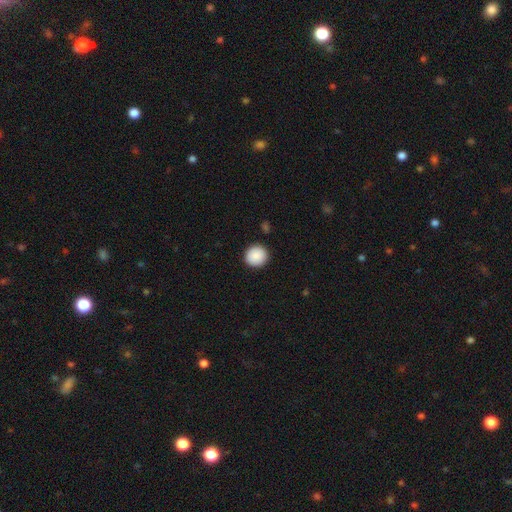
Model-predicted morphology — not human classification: Smooth or featured: smooth — 90% (star or artifact — 8%)
How rounded: round — 92% (in between — 7%)
Merging: none — 91% (minor disturbance — 6%)